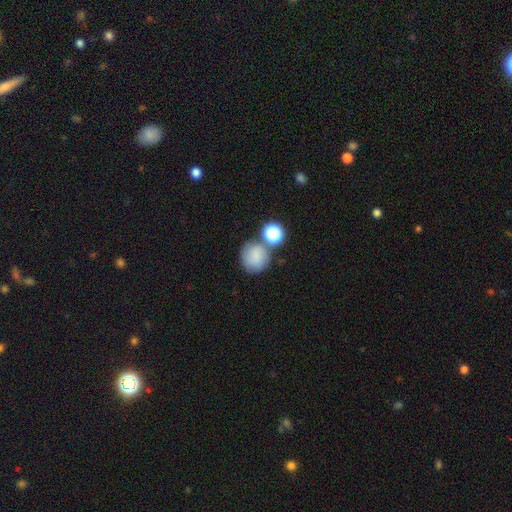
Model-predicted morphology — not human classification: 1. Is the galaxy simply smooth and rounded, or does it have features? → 79% smooth, 12% star or artifact, 9% featured or disk.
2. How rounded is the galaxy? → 88% round, 11% in between, 1% cigar-shaped.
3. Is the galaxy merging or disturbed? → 62% none, 19% merger, 14% minor disturbance, 5% major disturbance.